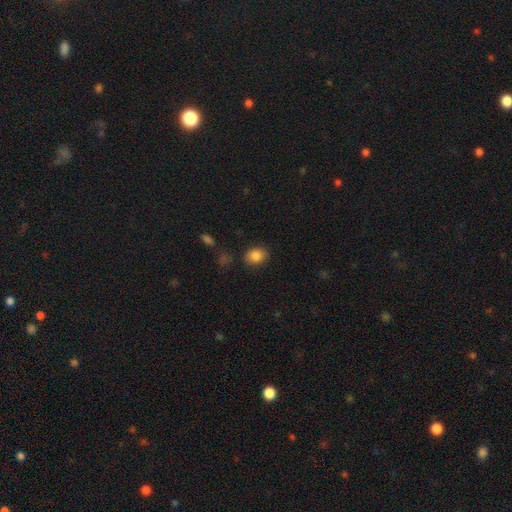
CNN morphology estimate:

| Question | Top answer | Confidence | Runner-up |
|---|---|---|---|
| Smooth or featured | smooth | 85% | star or artifact (9%) |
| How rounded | in between | 57% | round (42%) |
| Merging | none | 83% | minor disturbance (11%) |